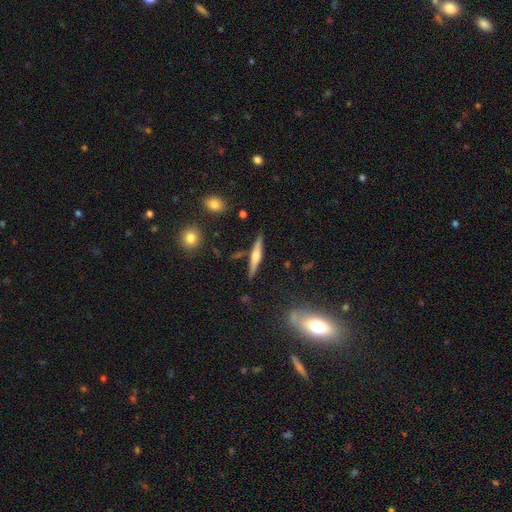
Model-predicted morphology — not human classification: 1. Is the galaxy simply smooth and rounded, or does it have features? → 63% featured or disk, 30% smooth, 7% star or artifact.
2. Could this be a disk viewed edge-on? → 97% yes, 3% no.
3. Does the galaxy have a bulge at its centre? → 84% rounded, 10% boxy, 6% none.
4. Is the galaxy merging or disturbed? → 86% none, 9% minor disturbance, 3% merger, 2% major disturbance.